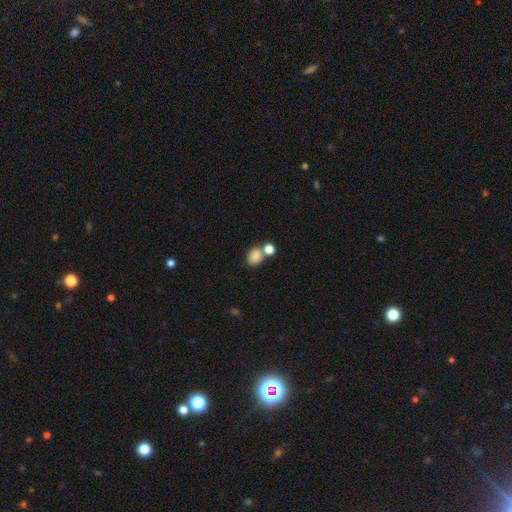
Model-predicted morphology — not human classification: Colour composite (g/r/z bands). It shows a smooth galaxy with no disk features (84%) that is round (55%). Merging: none (49%).